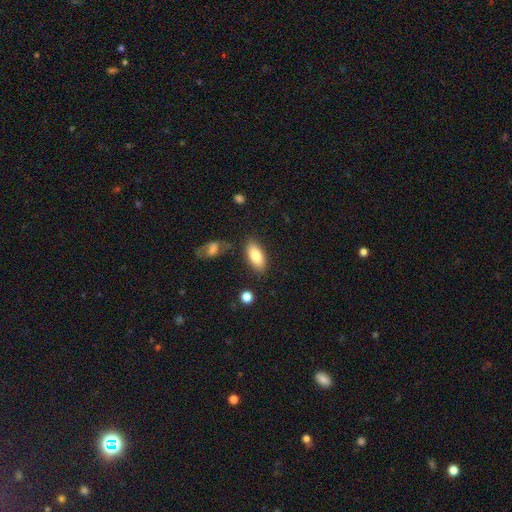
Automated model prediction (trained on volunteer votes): A smooth galaxy with no disk features (82%) that is in between round and cigar-shaped (85%).

Vote fractions:
- Smooth or featured? smooth: 82% / featured or disk: 12% / star or artifact: 7%
- How rounded? in between: 85% / cigar-shaped: 12% / round: 2%
- Merging? none: 81% / minor disturbance: 12% / merger: 3% / major disturbance: 3%